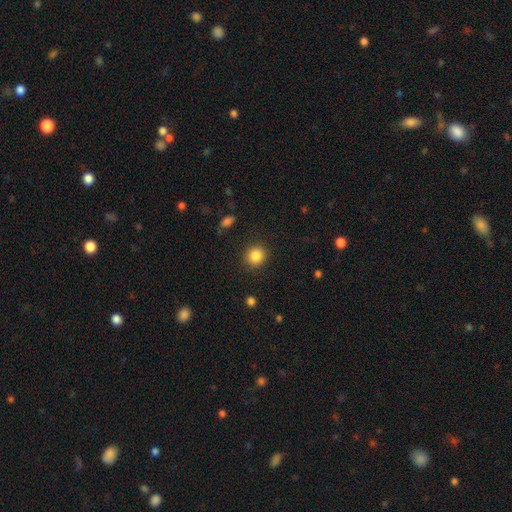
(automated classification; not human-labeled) Smooth or featured? Predicted: smooth (p=0.86). How rounded? Predicted: round (p=0.87). Merging? Predicted: none (p=0.89).